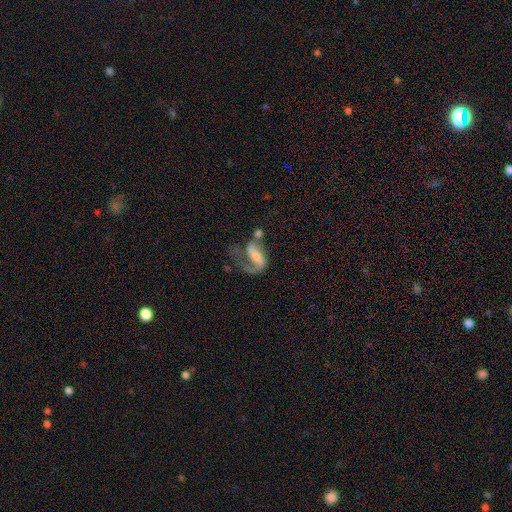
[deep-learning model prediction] A featured or disk galaxy (71%) with a weak bar (37%), 1 (54%) loose (61%) spiral arms (84%) and a small central bulge (42%). Merging: major disturbance (43%).